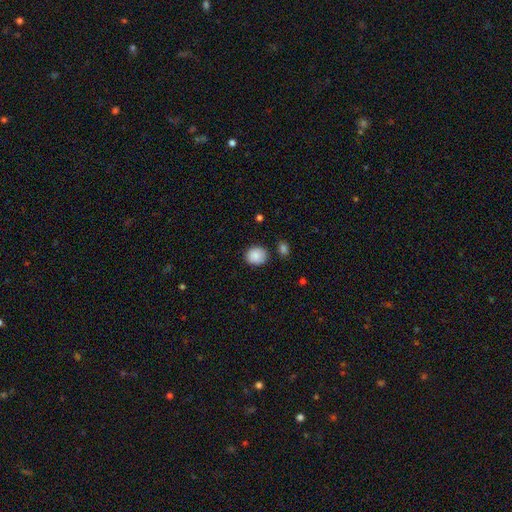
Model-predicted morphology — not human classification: smooth-or-featured: smooth: 87% | star or artifact: 8% | featured or disk: 5%
  how-rounded: round: 75% | in between: 24% | cigar-shaped: 1%
  merging: none: 82% | minor disturbance: 12% | merger: 3% | major disturbance: 3%